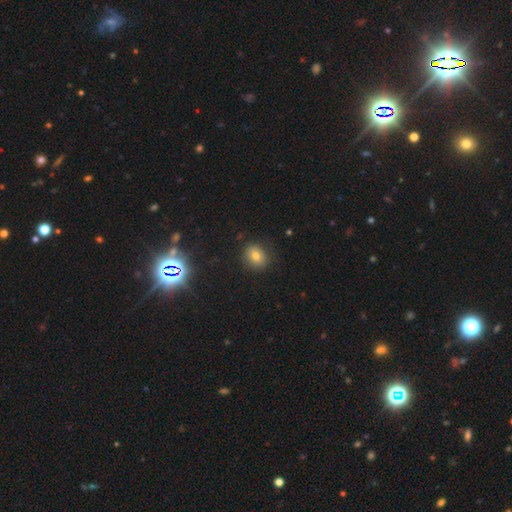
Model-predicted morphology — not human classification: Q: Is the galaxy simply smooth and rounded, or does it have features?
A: smooth — 70%.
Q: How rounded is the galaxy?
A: round — 60%.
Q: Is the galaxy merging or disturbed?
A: none — 85%.